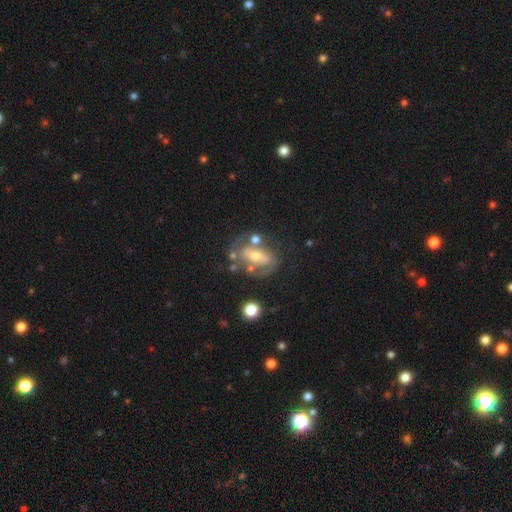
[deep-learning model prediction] This is likely a featured or disk galaxy (68%). It is clearly not viewed edge-on (93%). Bar: possibly no (46%). Spiral arm pattern: likely yes (62%). Central bulge: possibly moderate (53%). Merging: possibly none (53%).